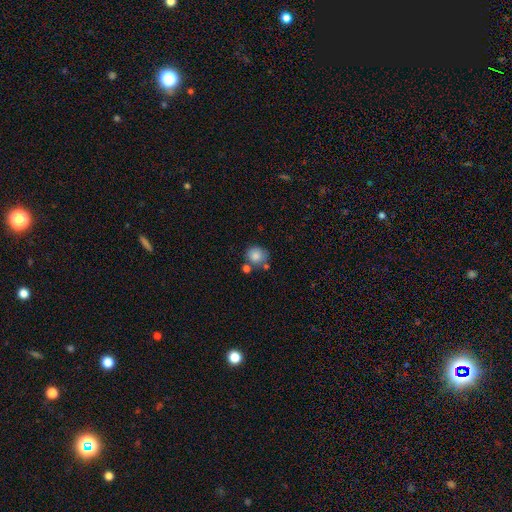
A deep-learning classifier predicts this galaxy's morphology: Smooth or featured: smooth — 83% (star or artifact — 9%)
How rounded: round — 85% (in between — 14%)
Merging: none — 62% (merger — 17%)